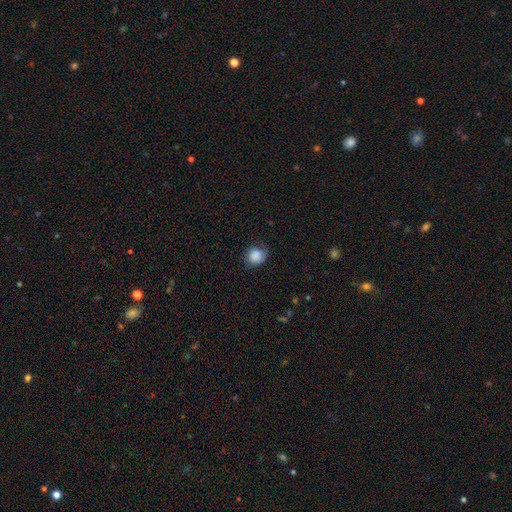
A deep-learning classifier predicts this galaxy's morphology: Smooth or featured: smooth — 82% (featured or disk — 10%)
How rounded: round — 77% (in between — 22%)
Merging: none — 66% (minor disturbance — 25%)